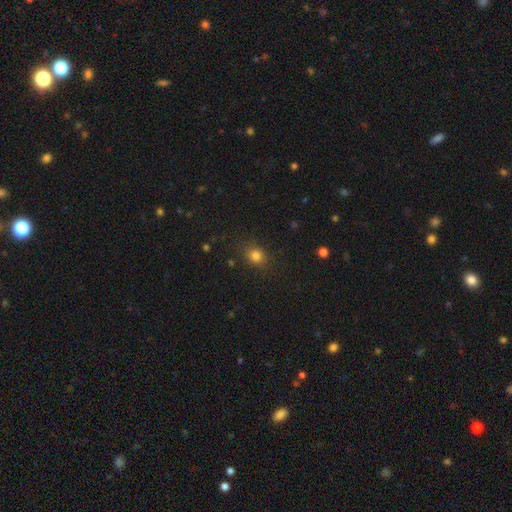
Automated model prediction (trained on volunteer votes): Smooth or featured? Predicted: smooth (p=0.81). How rounded? Predicted: round (p=0.61). Merging? Predicted: none (p=0.84).